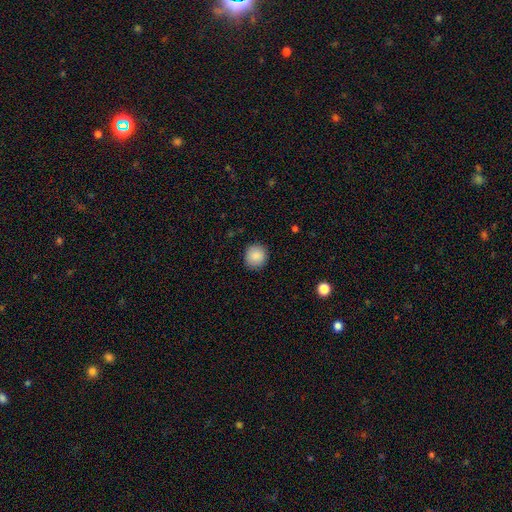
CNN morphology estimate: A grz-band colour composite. It shows a smooth galaxy with no disk features (87%) that is round (91%). Merging: none (89%).